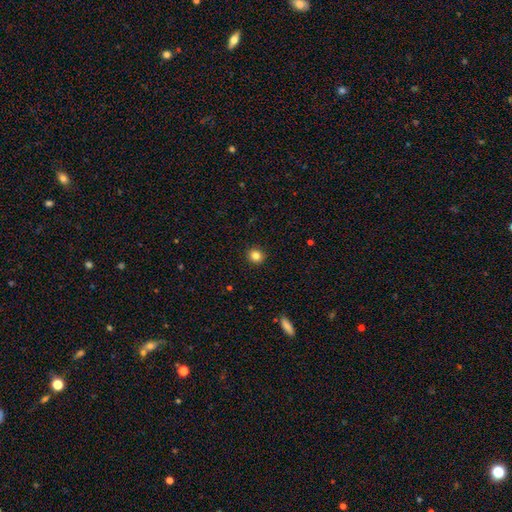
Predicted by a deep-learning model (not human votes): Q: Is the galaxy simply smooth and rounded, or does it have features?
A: smooth — 83%.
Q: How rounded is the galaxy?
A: round — 87%.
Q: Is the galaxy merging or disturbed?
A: none — 92%.